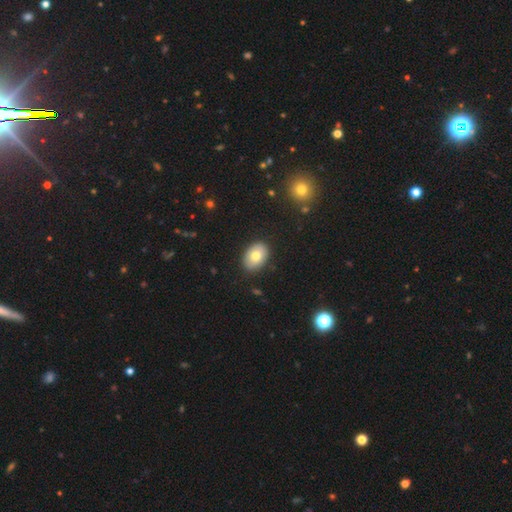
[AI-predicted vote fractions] Smooth or featured? smooth (75%)
How rounded? in between (81%)
Merging? none (87%)